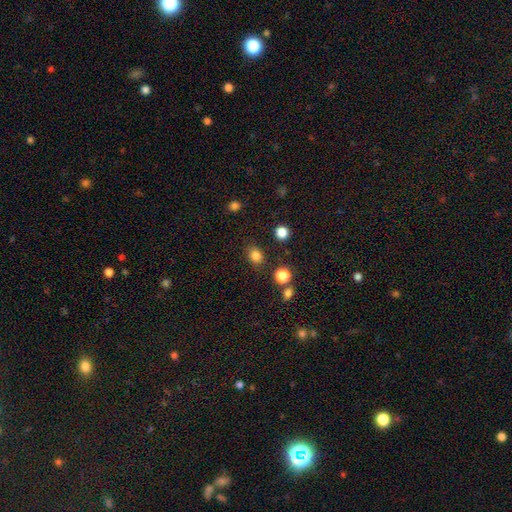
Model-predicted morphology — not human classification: type=smooth (83%); roundness=round (53%); merging=none (82%).